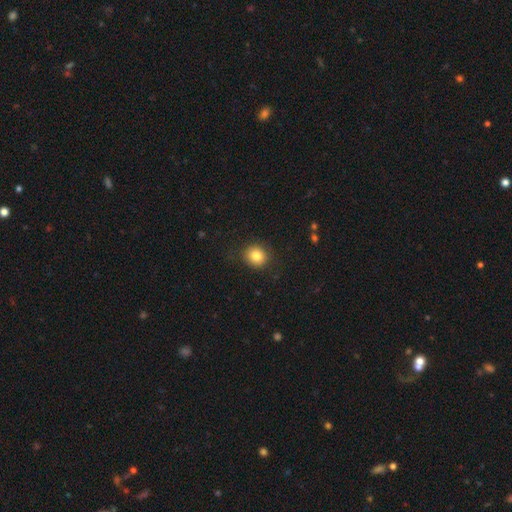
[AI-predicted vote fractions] smooth_or_featured: smooth (p=0.83) [alt: star or artifact p=0.10]
how_rounded: round (p=0.85) [alt: in between p=0.14]
merging: none (p=0.88) [alt: minor disturbance p=0.08]